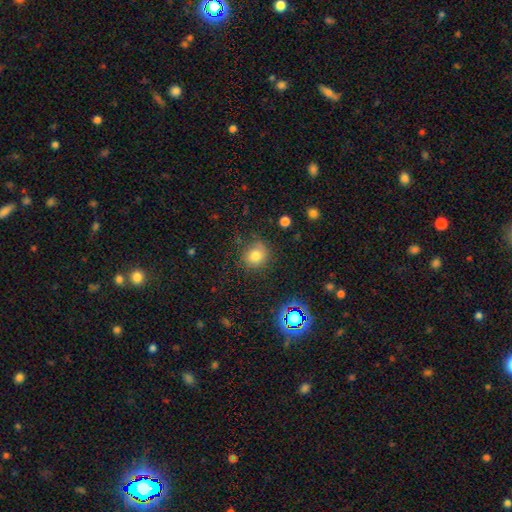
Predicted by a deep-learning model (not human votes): Smooth or featured: smooth — 77% (star or artifact — 15%)
How rounded: round — 83% (in between — 16%)
Merging: none — 76% (minor disturbance — 17%)